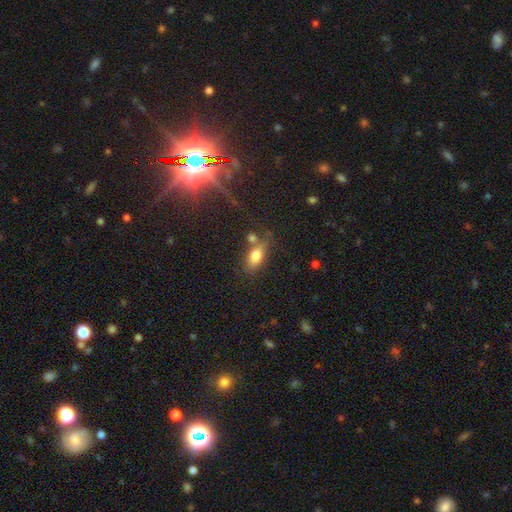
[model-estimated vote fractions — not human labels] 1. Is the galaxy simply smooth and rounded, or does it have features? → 78% smooth, 12% featured or disk, 10% star or artifact.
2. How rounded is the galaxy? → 83% in between, 9% round, 8% cigar-shaped.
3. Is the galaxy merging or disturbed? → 57% none, 20% merger, 16% minor disturbance, 7% major disturbance.